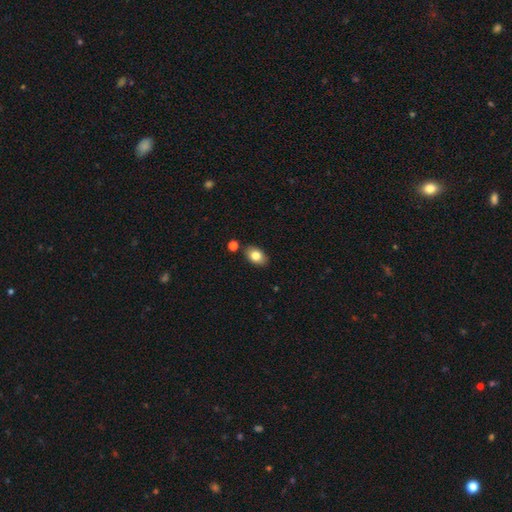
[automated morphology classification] Smooth or featured? smooth (81%)
How rounded? in between (86%)
Merging? none (82%)